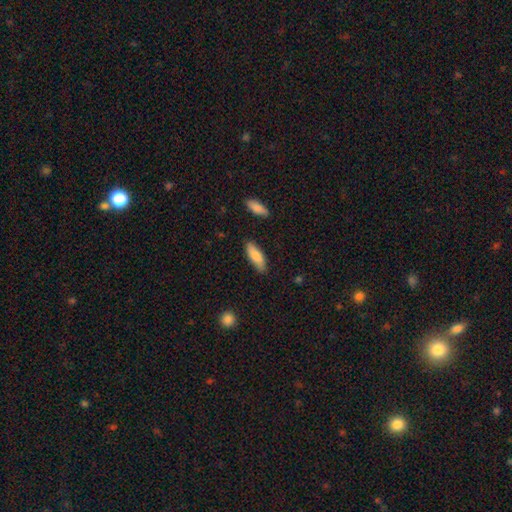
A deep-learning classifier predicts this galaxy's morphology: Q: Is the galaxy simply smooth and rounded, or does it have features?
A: smooth — 82%.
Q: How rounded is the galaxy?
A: in between — 64%.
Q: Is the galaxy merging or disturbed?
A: none — 83%.